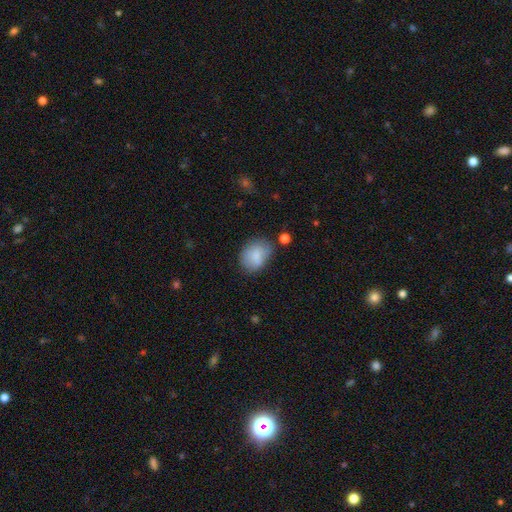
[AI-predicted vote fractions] Morphology: type=smooth (80%); roundness=in between (63%); merging=none (59%).